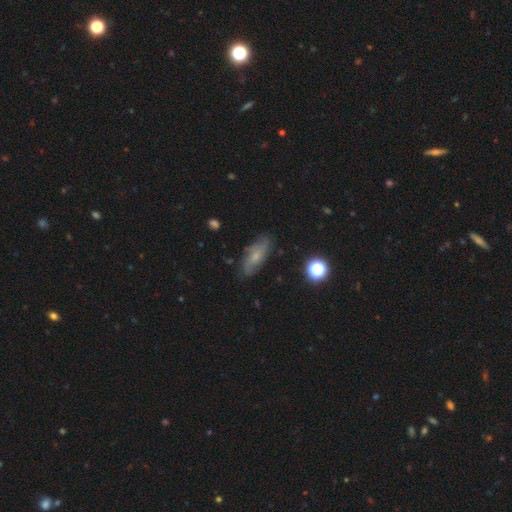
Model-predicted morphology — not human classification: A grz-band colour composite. It shows a smooth galaxy with no disk features (50%) that is in between round and cigar-shaped (69%). Merging: none (78%).